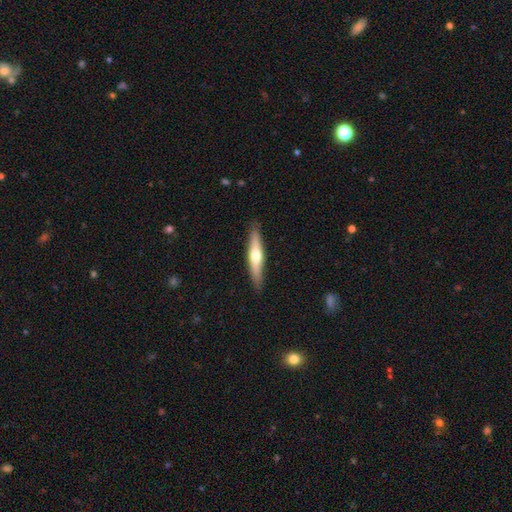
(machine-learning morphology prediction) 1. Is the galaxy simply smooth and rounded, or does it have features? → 50% featured or disk, 45% smooth, 5% star or artifact.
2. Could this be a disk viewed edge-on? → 94% yes, 6% no.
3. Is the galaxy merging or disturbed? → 89% none, 8% minor disturbance, 2% major disturbance, 1% merger.